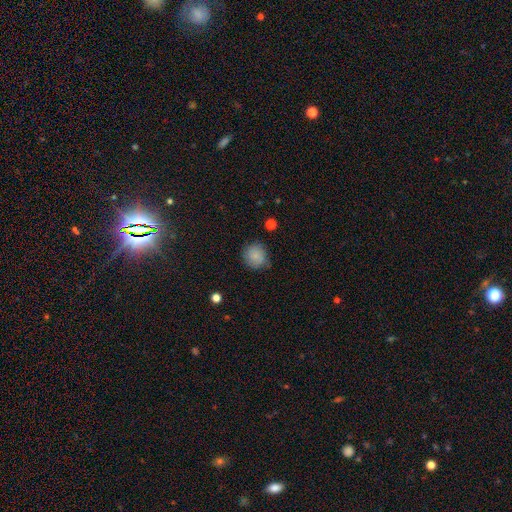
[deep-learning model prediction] The model was most divided on "merging": none: 73%, minor disturbance: 20%, major disturbance: 5%, merger: 2%. More confident: how rounded — round (86%); smooth or featured — smooth (83%).